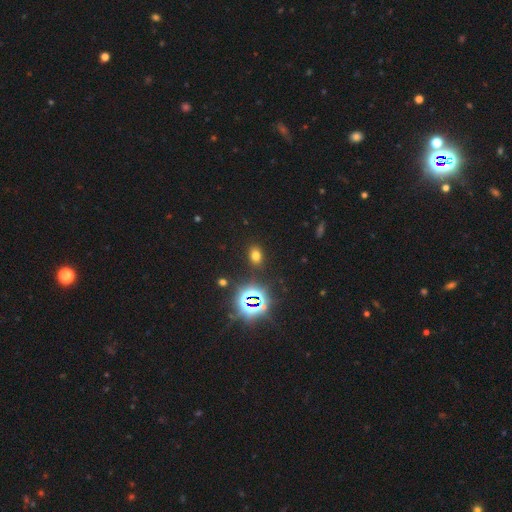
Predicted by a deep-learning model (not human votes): Q: Smooth or featured?
A: smooth (63%); runner-up: star or artifact (30%)
Q: How rounded?
A: in between (67%); runner-up: round (32%)
Q: Merging?
A: none (86%); runner-up: minor disturbance (8%)